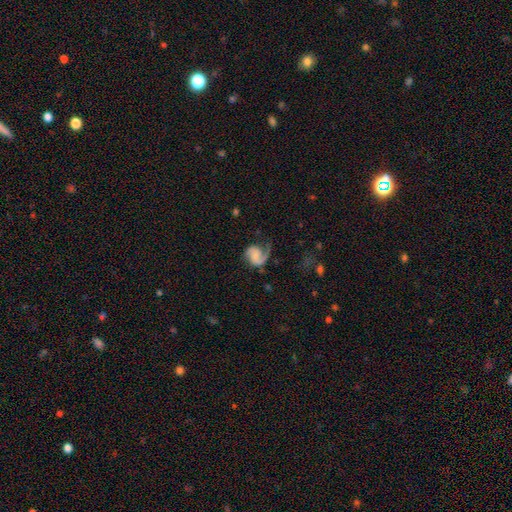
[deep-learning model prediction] A featured or disk galaxy (75%) with no bar (57%), 2 (56%) medium (43%) spiral arms (95%) and no central bulge (53%). Merging: none (52%).